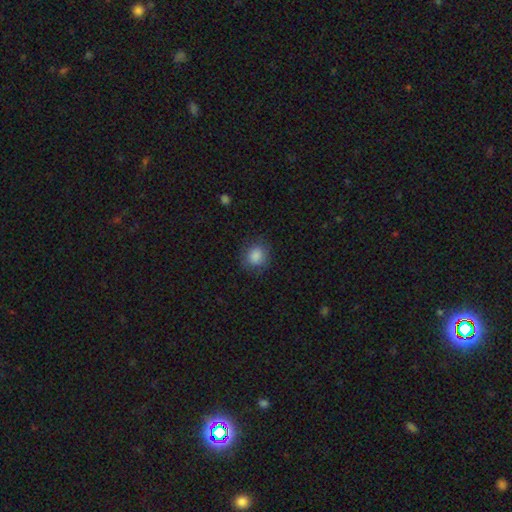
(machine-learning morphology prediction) Smooth or featured? Predicted: smooth (p=0.85). How rounded? Predicted: round (p=0.76). Merging? Predicted: none (p=0.81).